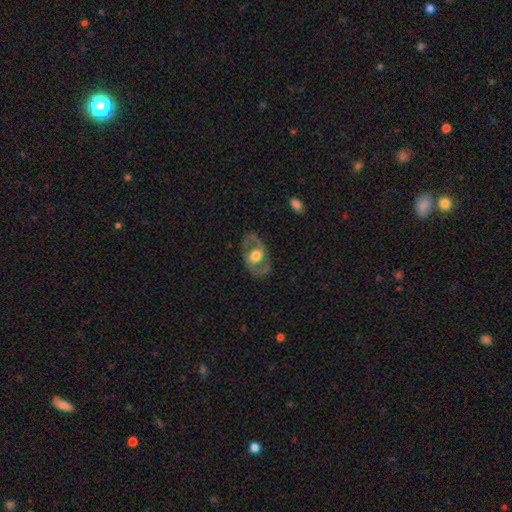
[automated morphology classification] This appears to be a featured or disk galaxy (69%) with no bar (57%), spiral arms (61%) and a moderate central bulge (55%). Merging: none (74%).